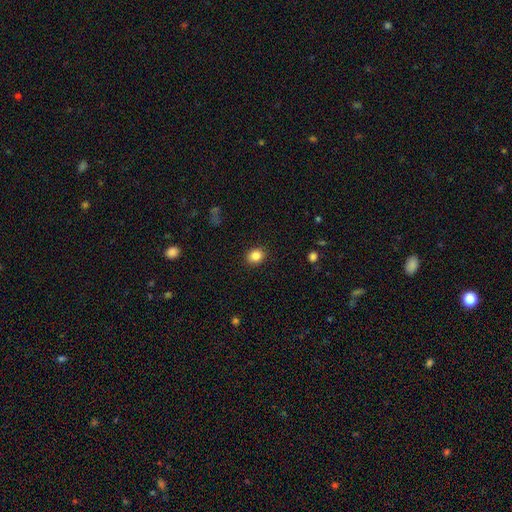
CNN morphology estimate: A smooth galaxy with no disk features (86%) that is round (57%).

Vote fractions:
- Smooth or featured? smooth: 86% / star or artifact: 10% / featured or disk: 5%
- How rounded? round: 57% / in between: 43% / cigar-shaped: 1%
- Merging? none: 90% / minor disturbance: 7% / major disturbance: 2% / merger: 1%